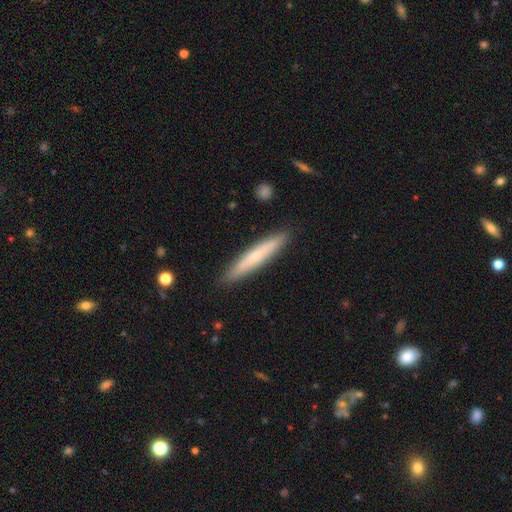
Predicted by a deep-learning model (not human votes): A smooth galaxy with no disk features (58%) that is cigar-shaped (93%).

Vote fractions:
- Smooth or featured? smooth: 58% / featured or disk: 36% / star or artifact: 6%
- How rounded? cigar-shaped: 93% / in between: 5% / round: 1%
- Merging? none: 90% / minor disturbance: 7% / major disturbance: 1% / merger: 1%